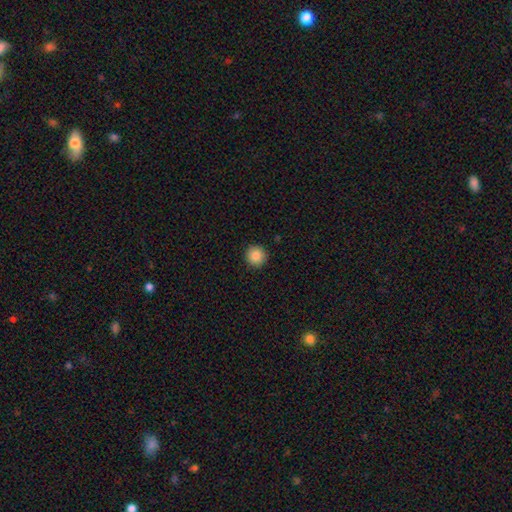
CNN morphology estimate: type=smooth (86%); roundness=round (96%); merging=none (93%).